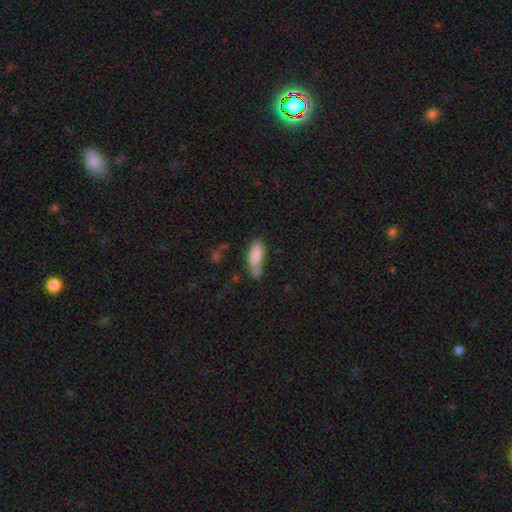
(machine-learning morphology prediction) Smooth or featured? Predicted: smooth (p=0.83). How rounded? Predicted: in between (p=0.73). Merging? Predicted: none (p=0.50).